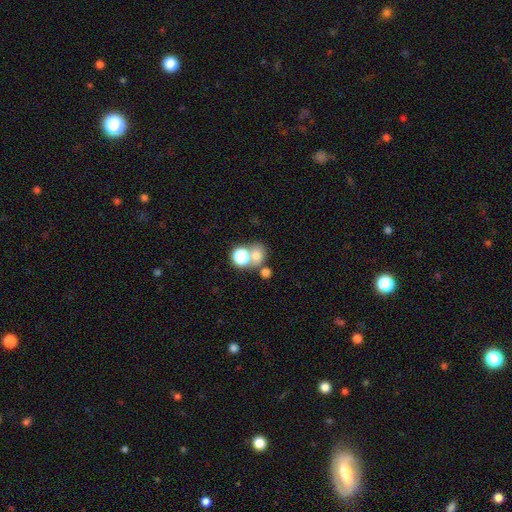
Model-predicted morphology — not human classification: smooth-or-featured: smooth: 72% | star or artifact: 16% | featured or disk: 12%
  how-rounded: round: 69% | in between: 30% | cigar-shaped: 1%
  merging: merger: 46% | none: 41% | minor disturbance: 8% | major disturbance: 5%